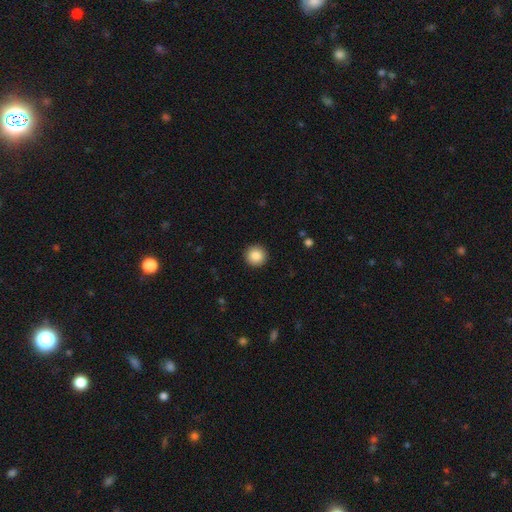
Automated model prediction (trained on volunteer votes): A smooth galaxy with no disk features (87%) that is round (96%).

Vote fractions:
- Smooth or featured? smooth: 87% / star or artifact: 9% / featured or disk: 4%
- How rounded? round: 96% / in between: 4% / cigar-shaped: 1%
- Merging? none: 93% / minor disturbance: 4% / major disturbance: 2% / merger: 1%